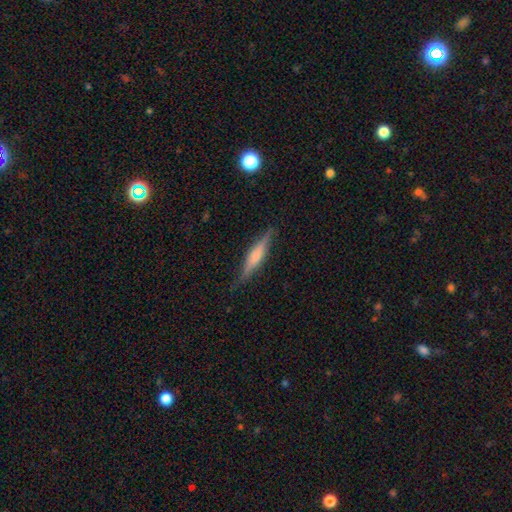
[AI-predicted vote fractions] Smooth or featured: featured or disk — 57% (smooth — 36%)
Edge-on disk: yes — 96% (no — 4%)
Edge-on bulge: rounded — 58% (boxy — 28%)
Merging: none — 86% (minor disturbance — 11%)